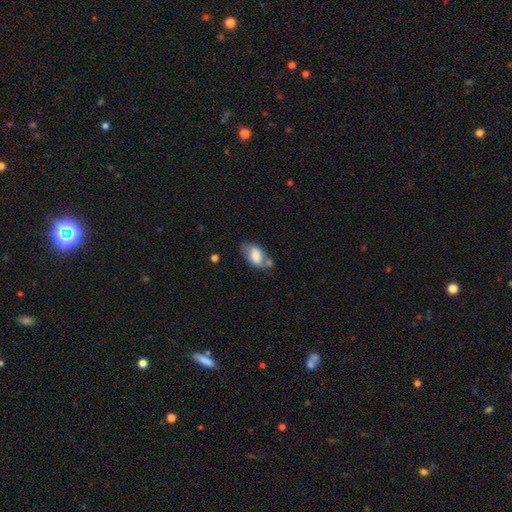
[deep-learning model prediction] Morphology: type=smooth (67%); roundness=in between (93%); merging=none (44%).